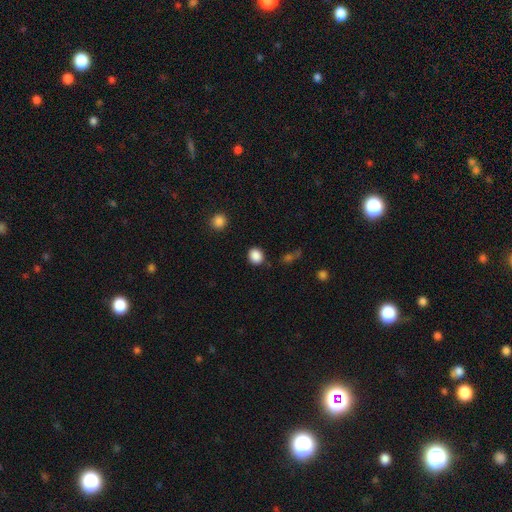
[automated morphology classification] The model was most divided on "how rounded": round: 68%, in between: 31%, cigar-shaped: 1%. More confident: smooth or featured — smooth (87%); merging — none (86%).